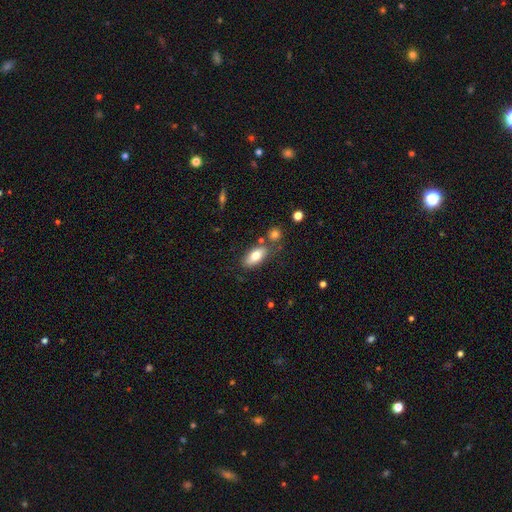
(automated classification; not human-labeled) Smooth or featured? smooth (76%)
How rounded? in between (86%)
Merging? none (73%)